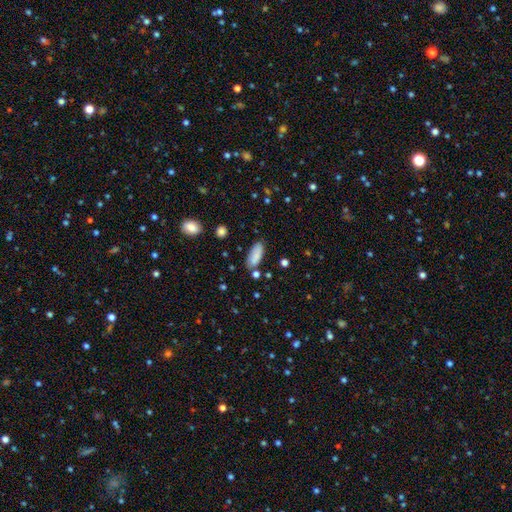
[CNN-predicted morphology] This appears to be a smooth galaxy with no disk features (85%) that is in between round and cigar-shaped (82%). Merging: none (75%).